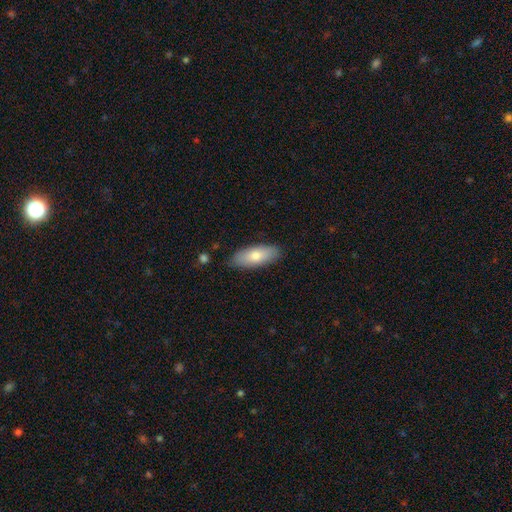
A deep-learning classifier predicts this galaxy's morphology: The model was most divided on "smooth or featured": smooth: 76%, featured or disk: 18%, star or artifact: 6%. More confident: merging — none (85%); how rounded — in between (78%).